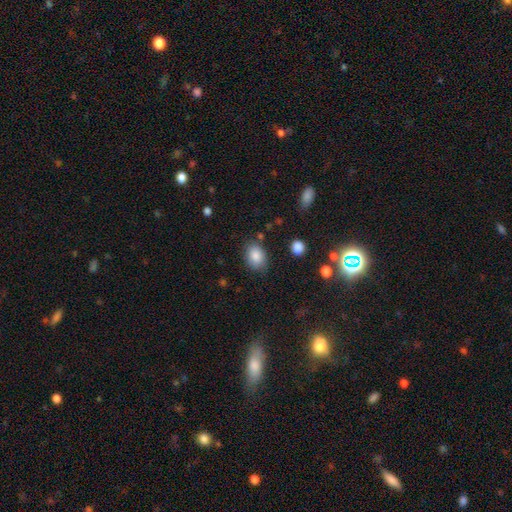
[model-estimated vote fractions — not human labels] A smooth galaxy with no disk features (86%) that is in between round and cigar-shaped (70%). Merging: none (77%).